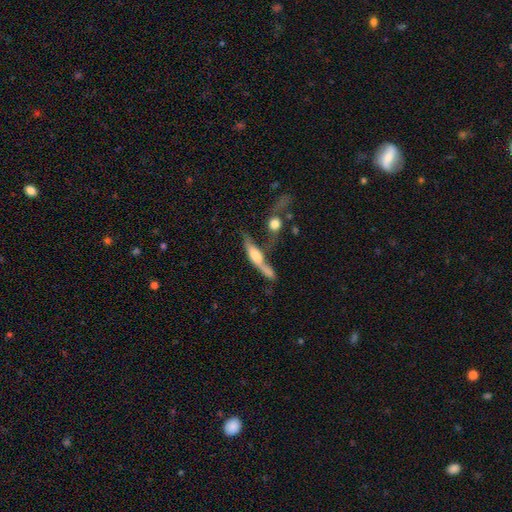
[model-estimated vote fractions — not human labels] Smooth or featured? Predicted: featured or disk (p=0.51). Edge-on disk? Predicted: yes (p=0.71). Merging? Predicted: merger (p=0.45).